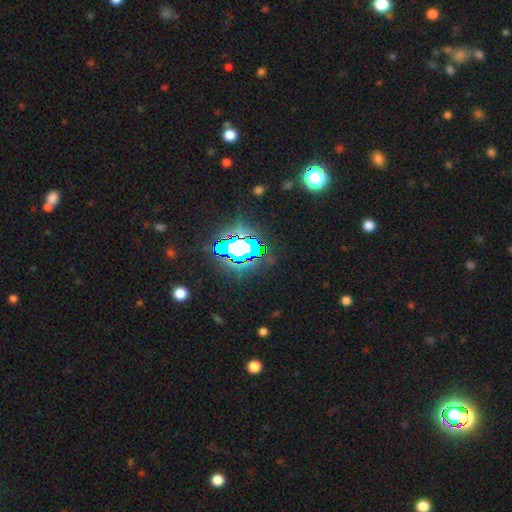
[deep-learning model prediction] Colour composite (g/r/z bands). It shows a star or artifact, not a galaxy (83%).